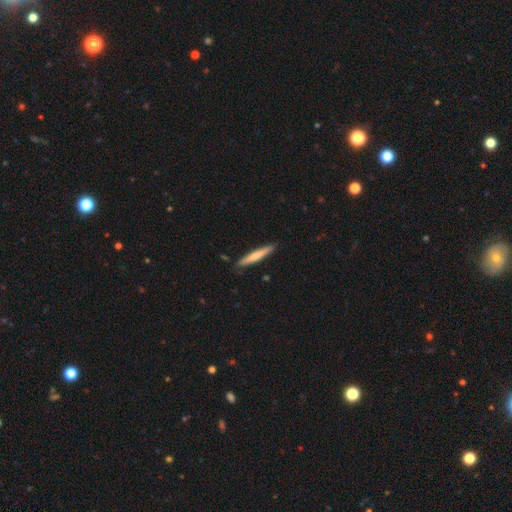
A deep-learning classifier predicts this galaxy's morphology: A smooth galaxy with no disk features (68%) that is cigar-shaped (94%). Merging: none (88%).